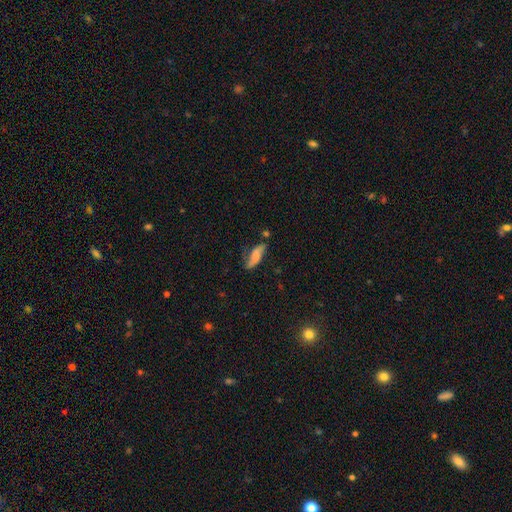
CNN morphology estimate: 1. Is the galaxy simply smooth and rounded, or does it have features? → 47% smooth, 44% featured or disk, 9% star or artifact.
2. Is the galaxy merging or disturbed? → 58% none, 26% minor disturbance, 11% major disturbance, 5% merger.